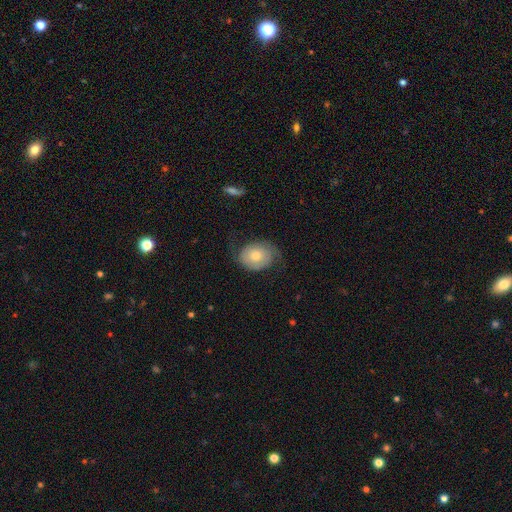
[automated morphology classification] smooth-or-featured: featured or disk: 52% | smooth: 40% | star or artifact: 8%
  disk-edge-on: no: 96% | yes: 4%
    bar: no: 81% | weak: 16% | strong: 3%
    has-spiral-arms: yes: 81% | no: 19%
    bulge-size: moderate: 59% | small: 34% | large: 5% | dominant: 2% | none: 2%
  merging: none: 61% | minor disturbance: 23% | major disturbance: 15% | merger: 1%